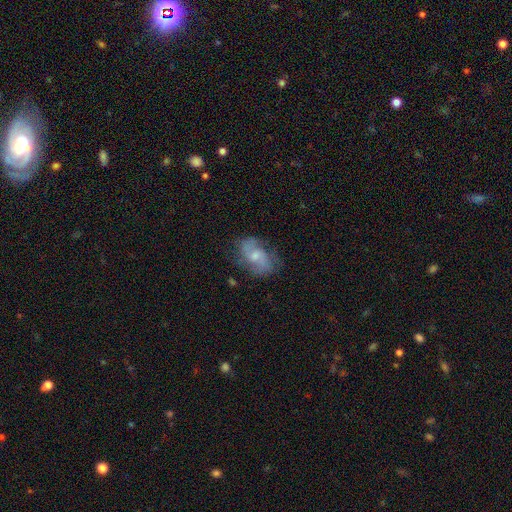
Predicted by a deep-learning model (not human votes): A featured or disk galaxy (61%) with no bar (54%), spiral arms (85%) and a moderate central bulge (46%). Merging: none (65%).